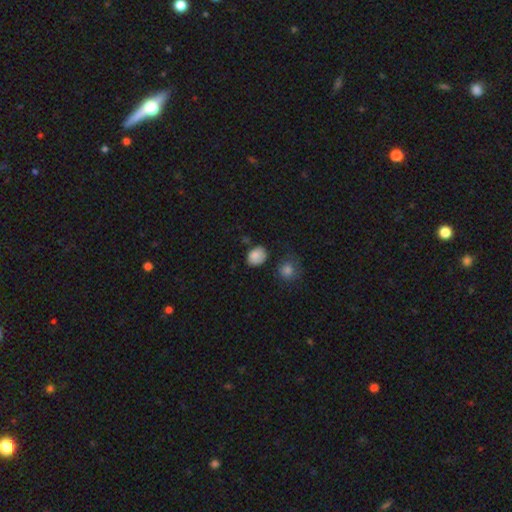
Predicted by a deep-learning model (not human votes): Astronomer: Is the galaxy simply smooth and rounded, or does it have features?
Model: smooth — 83%.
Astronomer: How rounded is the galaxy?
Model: in between — 56% (runner-up: round, 43%).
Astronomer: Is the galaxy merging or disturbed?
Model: none — 67%.